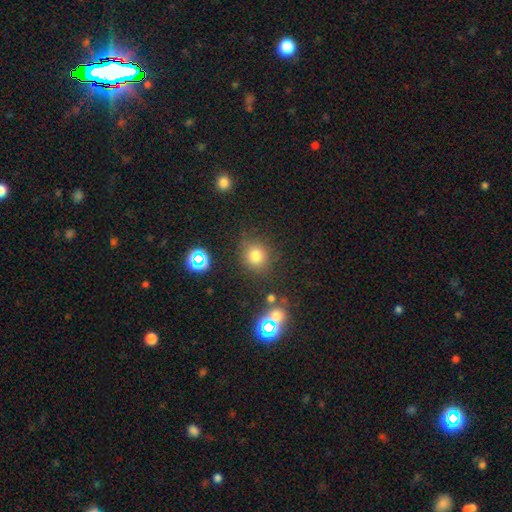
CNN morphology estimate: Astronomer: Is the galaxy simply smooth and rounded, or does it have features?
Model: smooth — 76%.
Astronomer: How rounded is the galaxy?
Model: round — 82%.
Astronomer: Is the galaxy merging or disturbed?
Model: none — 81%.